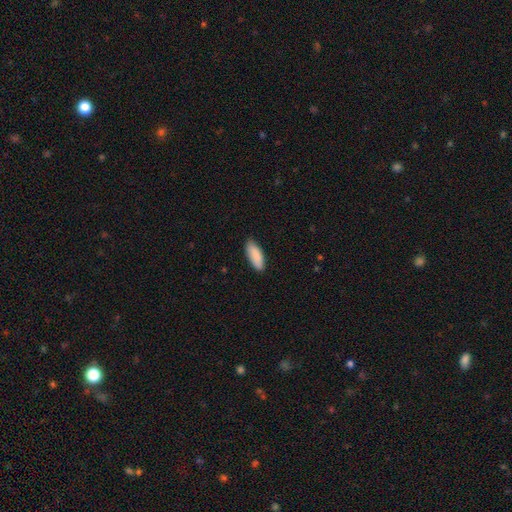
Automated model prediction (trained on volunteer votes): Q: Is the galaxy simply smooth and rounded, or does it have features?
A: smooth — 90%.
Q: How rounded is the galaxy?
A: in between — 75%.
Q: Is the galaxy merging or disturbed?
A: none — 86%.